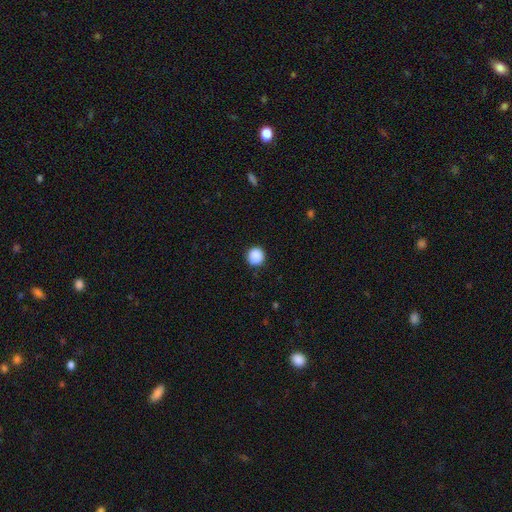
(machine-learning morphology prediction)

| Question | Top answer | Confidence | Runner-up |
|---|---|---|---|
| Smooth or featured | smooth | 89% | star or artifact (9%) |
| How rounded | round | 95% | in between (4%) |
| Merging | none | 91% | minor disturbance (6%) |